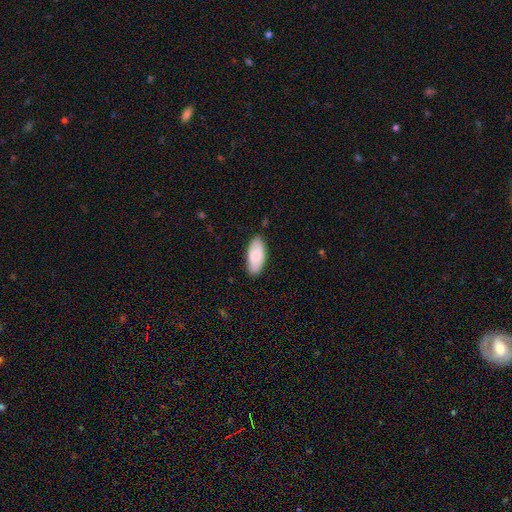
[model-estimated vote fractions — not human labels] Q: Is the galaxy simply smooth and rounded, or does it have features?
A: smooth — 84%.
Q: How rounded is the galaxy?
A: in between — 90%.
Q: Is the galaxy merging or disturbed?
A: none — 83%.